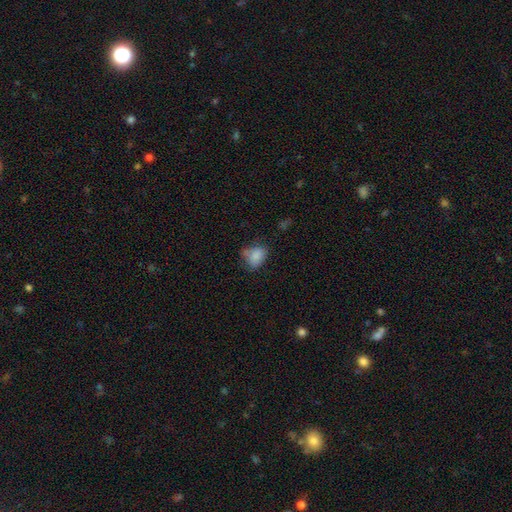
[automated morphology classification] type=smooth (82%); roundness=in between (66%); merging=none (53%).